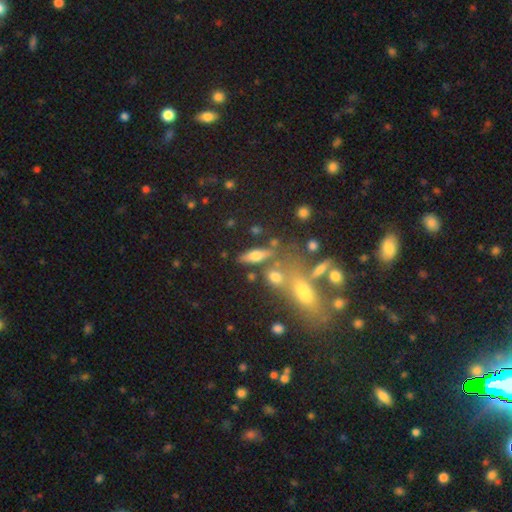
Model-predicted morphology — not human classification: type=smooth (52%); roundness=in between (55%); merging=none (64%).